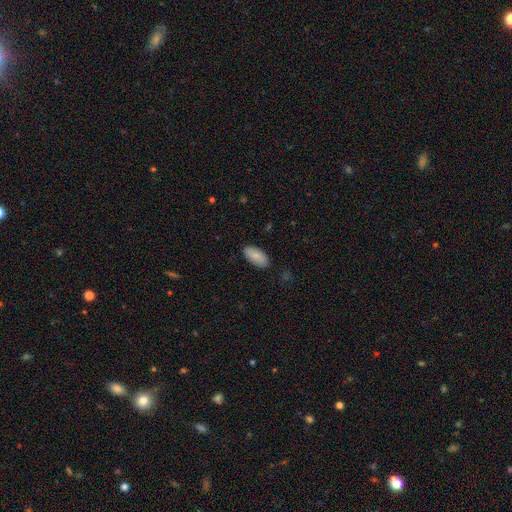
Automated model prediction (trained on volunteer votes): A smooth galaxy with no disk features (84%) that is in between round and cigar-shaped (94%). Merging: none (86%).